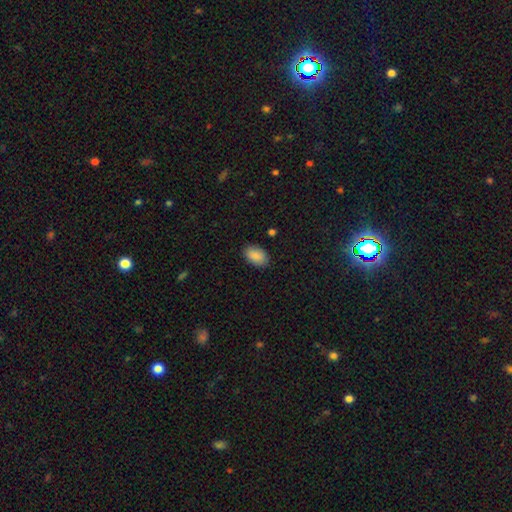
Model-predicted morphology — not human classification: smooth 89%, star or artifact 7%, featured or disk 4%. Down the decision tree: how rounded — in between (91%); merging — none (86%).